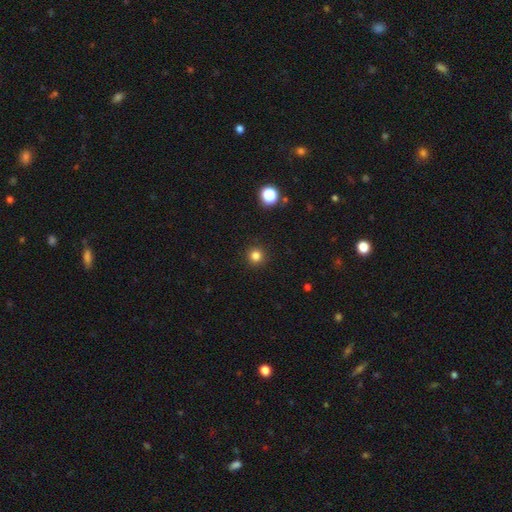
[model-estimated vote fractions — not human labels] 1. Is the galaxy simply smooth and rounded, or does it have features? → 82% smooth, 13% star or artifact, 4% featured or disk.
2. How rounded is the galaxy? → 95% round, 4% in between, 1% cigar-shaped.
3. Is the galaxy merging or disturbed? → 92% none, 5% minor disturbance, 2% major disturbance, 1% merger.